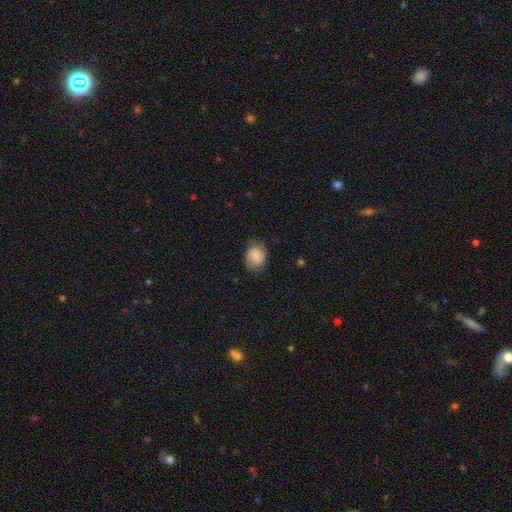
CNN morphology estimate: Smooth or featured: smooth — 77% (featured or disk — 16%)
How rounded: in between — 61% (round — 38%)
Merging: none — 68% (minor disturbance — 25%)